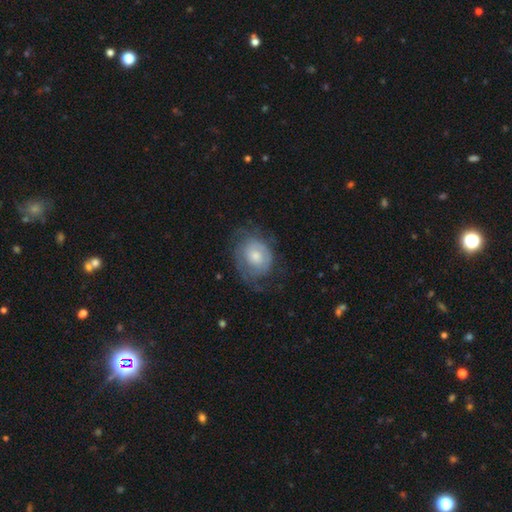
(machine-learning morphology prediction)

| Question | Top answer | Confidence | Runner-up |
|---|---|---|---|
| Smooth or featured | featured or disk | 52% | smooth (41%) |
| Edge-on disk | no | 97% | yes (3%) |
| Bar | no | 78% | weak (19%) |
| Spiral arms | yes | 67% | no (33%) |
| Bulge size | moderate | 52% | small (35%) |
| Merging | none | 54% | minor disturbance (26%) |